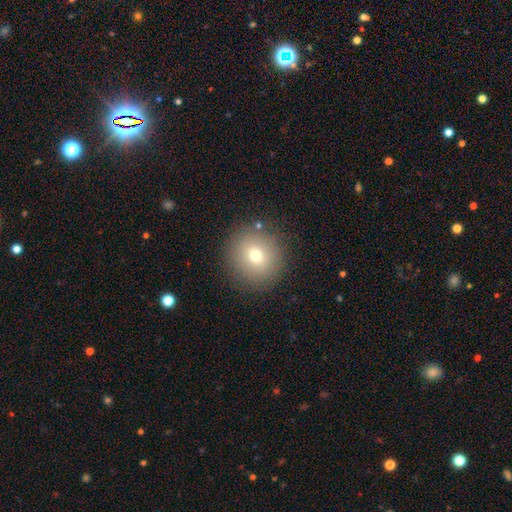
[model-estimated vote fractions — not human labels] This appears to be a smooth galaxy with no disk features (72%) that is round (94%). Merging: none (88%).